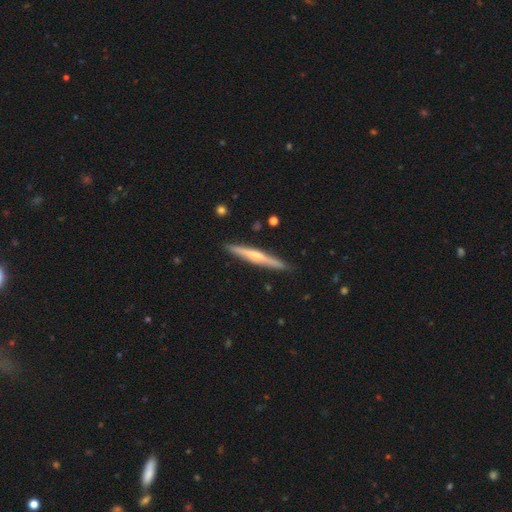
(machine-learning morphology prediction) Smooth or featured? featured or disk (66%)
Edge-on disk? yes (98%)
Edge-on bulge? rounded (75%)
Merging? none (90%)